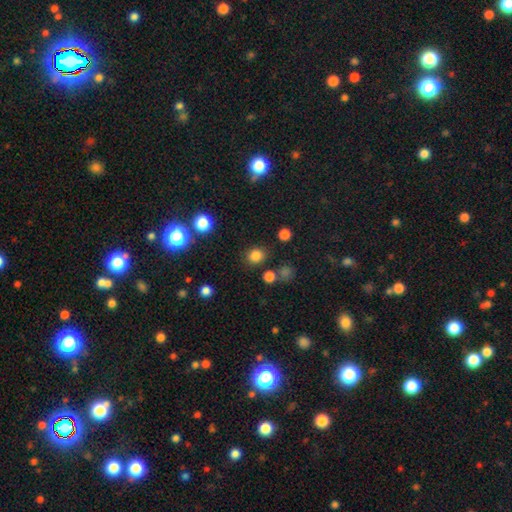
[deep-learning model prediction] smooth 81%, star or artifact 15%, featured or disk 4%. Down the decision tree: how rounded — round (80%); merging — none (84%).